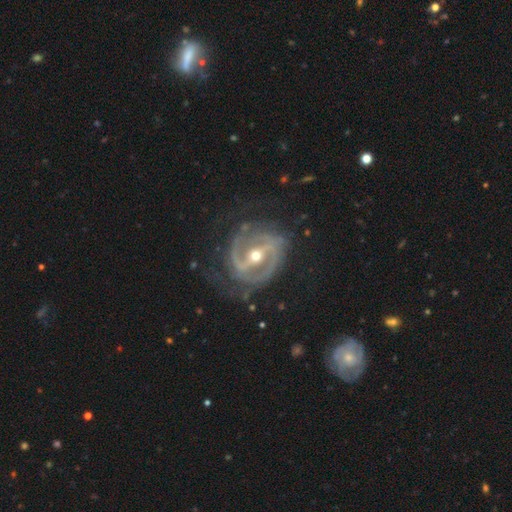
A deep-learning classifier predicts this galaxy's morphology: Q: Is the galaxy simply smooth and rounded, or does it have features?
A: featured or disk — 87%.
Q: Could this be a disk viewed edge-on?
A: no — 96%.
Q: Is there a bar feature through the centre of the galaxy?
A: strong — 53%.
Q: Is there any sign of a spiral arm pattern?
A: yes — 91%.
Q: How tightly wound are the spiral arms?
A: tight — 47%.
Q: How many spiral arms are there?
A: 2 — 68%.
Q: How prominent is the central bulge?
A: moderate — 62%.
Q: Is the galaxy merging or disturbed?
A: none — 69%.